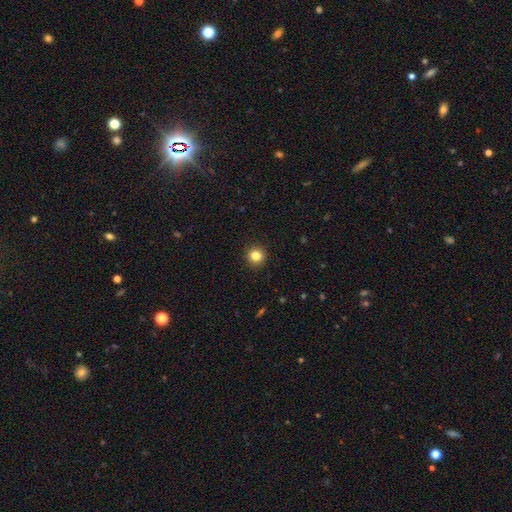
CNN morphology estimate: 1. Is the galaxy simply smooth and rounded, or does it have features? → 82% smooth, 12% star or artifact, 5% featured or disk.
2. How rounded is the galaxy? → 94% round, 5% in between, 1% cigar-shaped.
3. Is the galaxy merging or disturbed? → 93% none, 5% minor disturbance, 2% major disturbance, 1% merger.